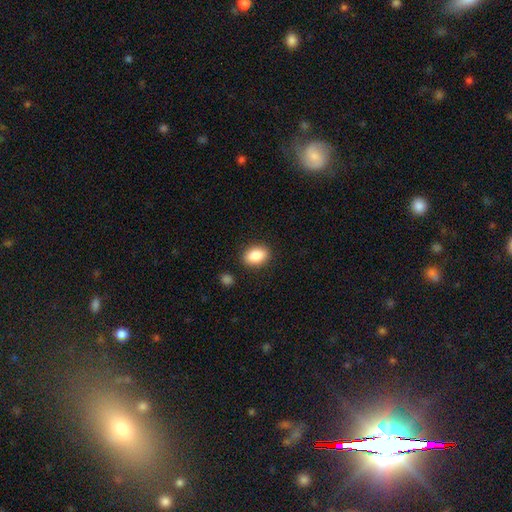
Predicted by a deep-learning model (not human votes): Smooth or featured? smooth (87%)
How rounded? in between (81%)
Merging? none (88%)